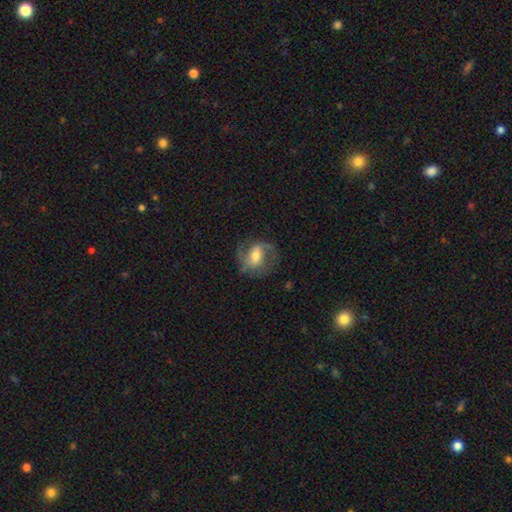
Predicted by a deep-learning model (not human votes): Overall: featured or disk (67%). Edge-on disk: no (96%). Bar: weak (44%; no 28%). Spiral arms: yes (86%). Spiral arm count: 2 (81%). Spiral winding: medium (49%; loose 32%). Bulge size: moderate (60%; small 24%). Merging: none (66%).